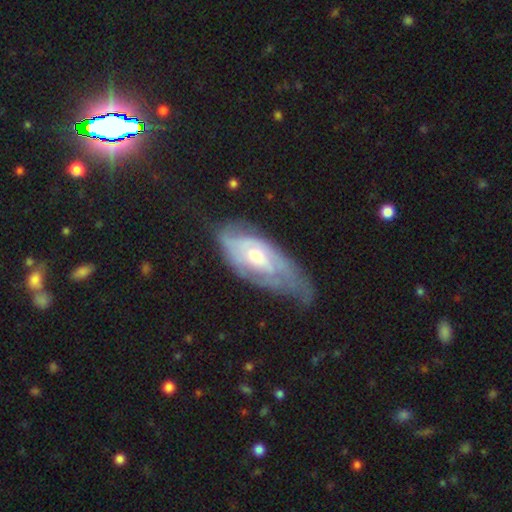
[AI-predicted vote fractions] A featured or disk galaxy (76%) with no bar (66%), tight (58%) spiral arms (85%) and a moderate central bulge (56%). Merging: none (45%).